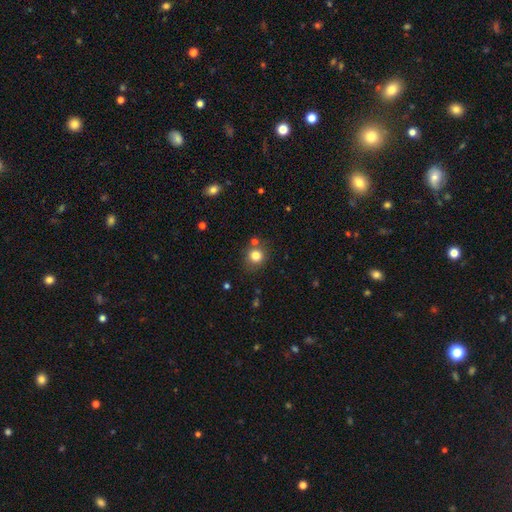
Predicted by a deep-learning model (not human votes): smooth_or_featured: smooth (p=0.81) [alt: star or artifact p=0.13]
how_rounded: round (p=0.86) [alt: in between p=0.13]
merging: none (p=0.76) [alt: minor disturbance p=0.11]